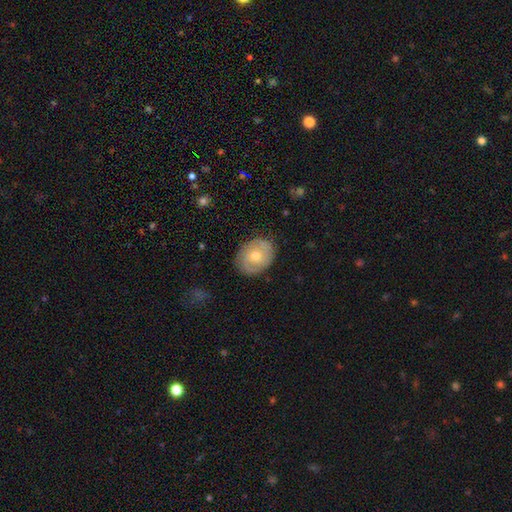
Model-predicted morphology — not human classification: smooth-or-featured: featured or disk: 58% | smooth: 35% | star or artifact: 7%
  disk-edge-on: no: 96% | yes: 4%
    bar: no: 77% | weak: 19% | strong: 4%
    has-spiral-arms: yes: 75% | no: 25%
    bulge-size: moderate: 62% | small: 34% | large: 2% | none: 1% | dominant: 1%
  merging: none: 81% | minor disturbance: 14% | major disturbance: 4% | merger: 1%